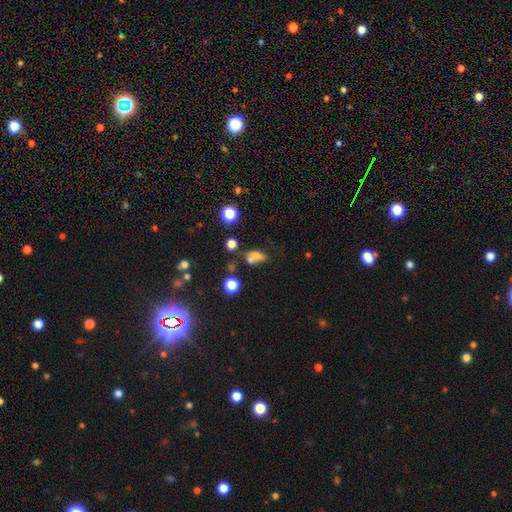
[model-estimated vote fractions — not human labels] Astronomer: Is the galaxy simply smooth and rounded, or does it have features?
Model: smooth — 66%.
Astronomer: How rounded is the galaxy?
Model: in between — 64%.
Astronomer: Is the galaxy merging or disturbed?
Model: merger — 40% (runner-up: none, 36%).